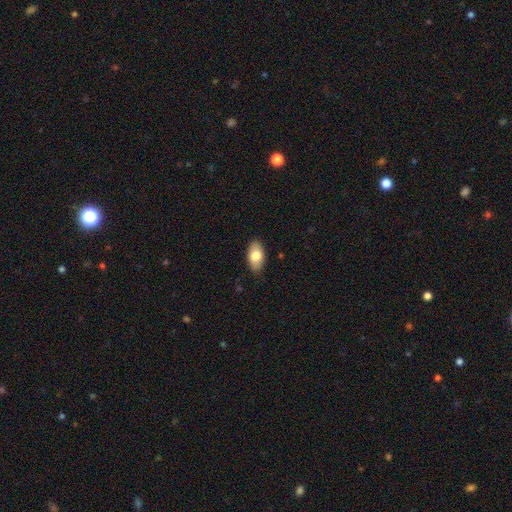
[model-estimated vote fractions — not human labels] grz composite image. It shows a smooth galaxy with no disk features (78%) that is in between round and cigar-shaped (93%). Merging: none (86%).